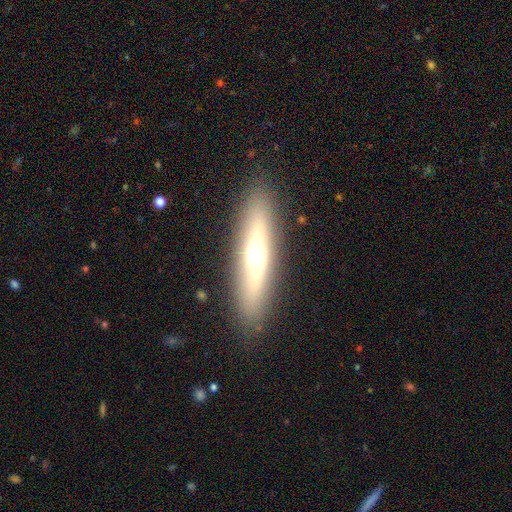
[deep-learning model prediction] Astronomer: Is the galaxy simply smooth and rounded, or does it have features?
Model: featured or disk — 46%, tied with smooth at 46%.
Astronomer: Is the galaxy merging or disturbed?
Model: none — 88%.